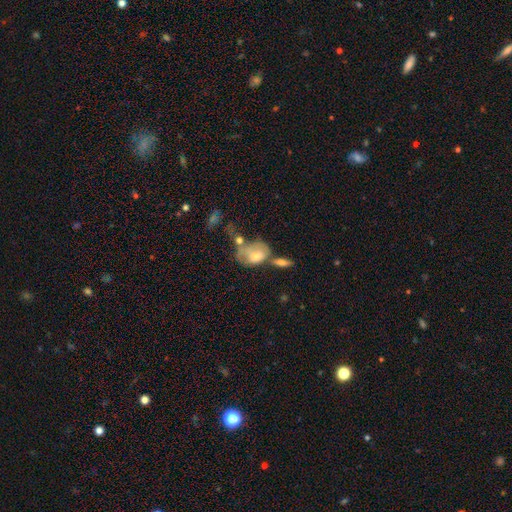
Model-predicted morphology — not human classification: Overall: smooth (51%; featured or disk 40%). How rounded: in between (79%). Merging: merger (42%; none 24%).